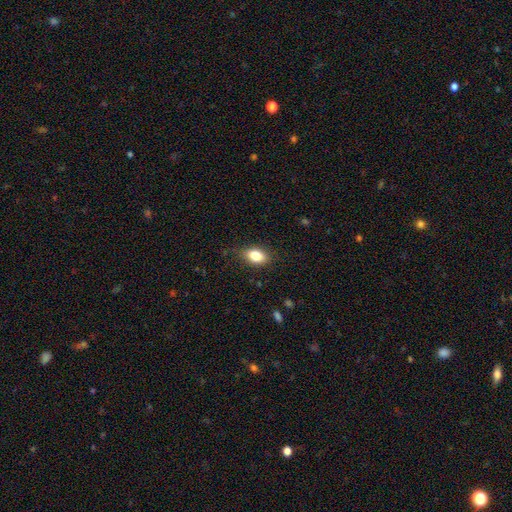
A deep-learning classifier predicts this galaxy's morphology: Overall: smooth (84%). How rounded: in between (85%). Merging: none (80%).